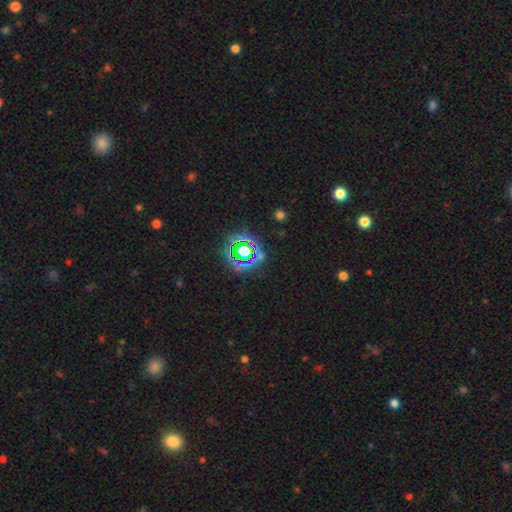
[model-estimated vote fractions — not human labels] Q: Smooth or featured?
A: star or artifact (74%); runner-up: smooth (17%)